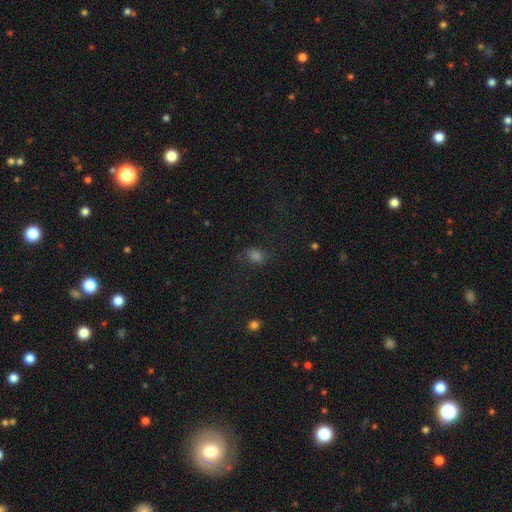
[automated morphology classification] smooth 60%, star or artifact 24%, featured or disk 16%. Down the decision tree: how rounded — in between (49%, tied with round); merging — none (67%).